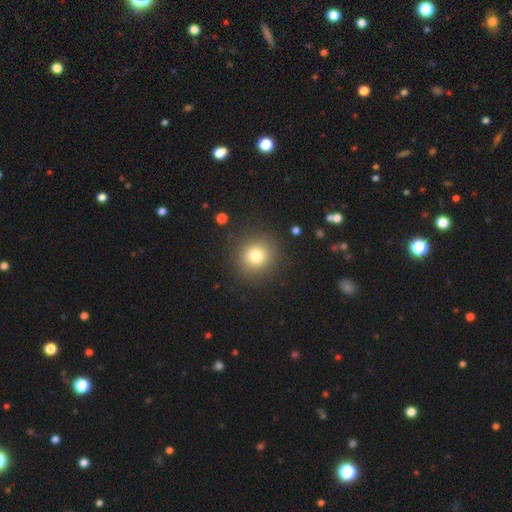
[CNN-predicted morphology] A smooth galaxy with no disk features (78%) that is round (91%). Merging: none (88%).